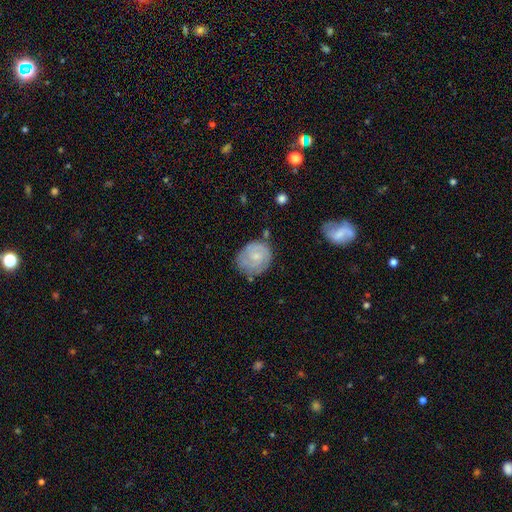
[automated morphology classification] Smooth or featured?
  - featured or disk: 63% *
  - smooth: 31%
  - star or artifact: 6%
Edge-on disk?
  - no: 98% *
  - yes: 2%
Bar?
  - no: 70% *
  - weak: 27%
  - strong: 3%
Spiral arms?
  - yes: 87% *
  - no: 13%
Spiral winding?
  - tight: 66% *
  - medium: 27%
  - loose: 8%
Spiral arm count?
  - 2: 42% *
  - can't tell: 31%
  - 3: 13%
  - 1: 8%
  - 4: 3%
  - more than 4: 3%
Bulge size?
  - small: 61% *
  - moderate: 27%
  - none: 9%
  - large: 2%
  - dominant: 1%
Merging?
  - none: 66% *
  - minor disturbance: 23%
  - major disturbance: 7%
  - merger: 4%